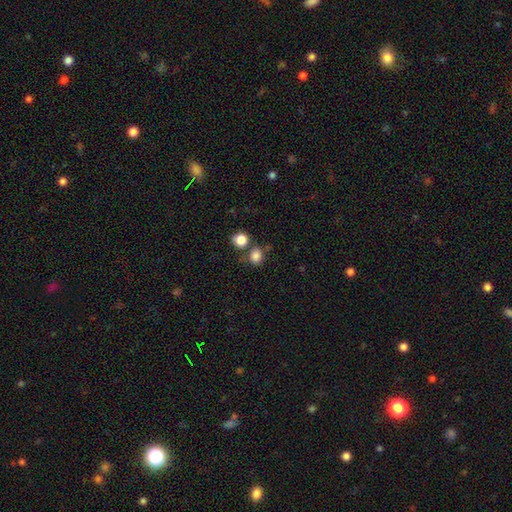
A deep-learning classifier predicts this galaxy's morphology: This appears to be a smooth galaxy with no disk features (83%) that is round (63%). Merging: none (65%).